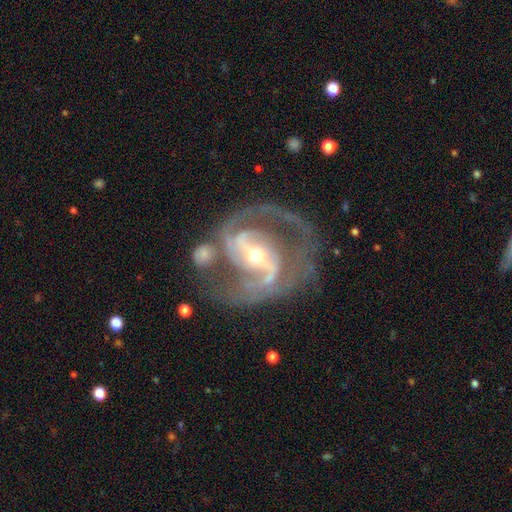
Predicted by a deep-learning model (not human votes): A featured or disk galaxy (91%) with a strong bar (50%), 2 (83%) medium (57%) spiral arms (97%) and a small central bulge (49%). Merging: none (55%).